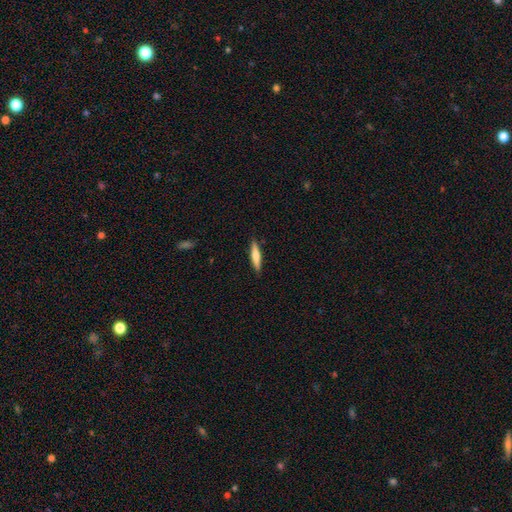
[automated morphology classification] Smooth or featured: smooth — 62% (featured or disk — 32%)
How rounded: cigar-shaped — 84% (in between — 14%)
Merging: none — 89% (minor disturbance — 8%)